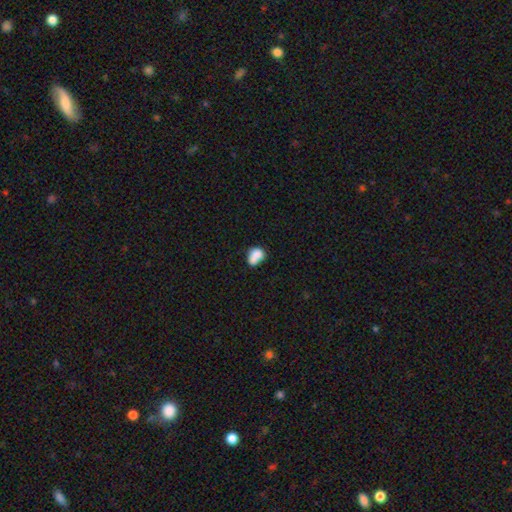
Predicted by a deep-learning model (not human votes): Morphology: type=smooth (75%); roundness=in between (59%); merging=merger (44%).